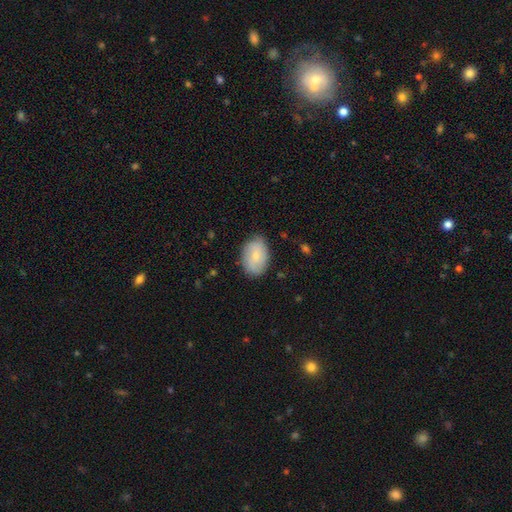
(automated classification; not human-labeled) The model was most divided on "smooth or featured": smooth: 64%, featured or disk: 29%, star or artifact: 7%. More confident: how rounded — in between (82%); merging — none (81%).